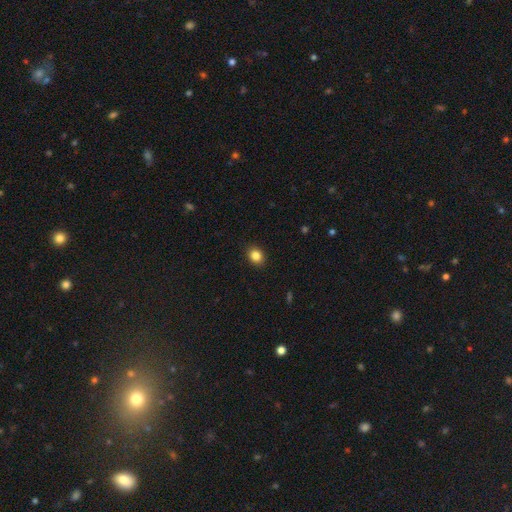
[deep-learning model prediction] Smooth or featured?
  - smooth: 85% *
  - star or artifact: 10%
  - featured or disk: 5%
How rounded?
  - round: 61% *
  - in between: 38%
  - cigar-shaped: 1%
Merging?
  - none: 91% *
  - minor disturbance: 7%
  - major disturbance: 2%
  - merger: 1%